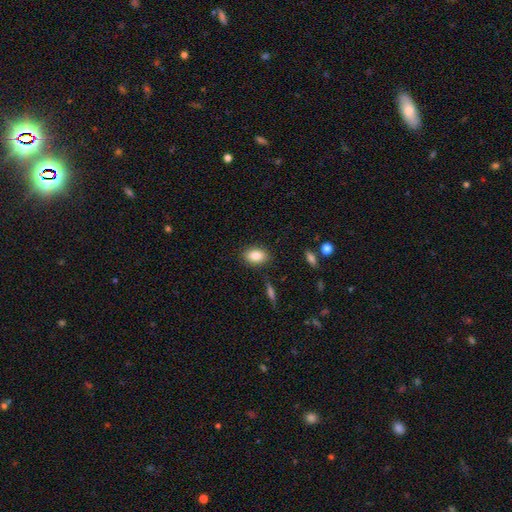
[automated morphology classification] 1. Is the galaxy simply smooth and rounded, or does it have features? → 85% smooth, 8% star or artifact, 7% featured or disk.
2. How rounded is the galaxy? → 84% in between, 15% round, 2% cigar-shaped.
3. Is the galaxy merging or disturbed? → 86% none, 9% minor disturbance, 2% major disturbance, 2% merger.